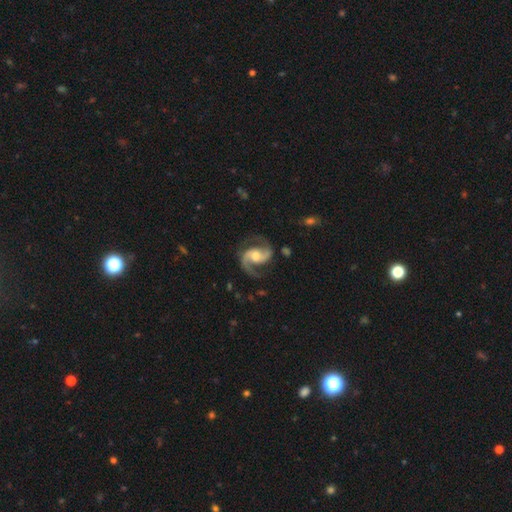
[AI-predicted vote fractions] The model was most divided on "bar": no: 48%, weak: 37%, strong: 14%. More confident: edge-on disk — no (98%); spiral arms — yes (98%); spiral arm count — 2 (93%); smooth or featured — featured or disk (92%); merging — none (77%); bulge size — moderate (64%); spiral winding — medium (59%).